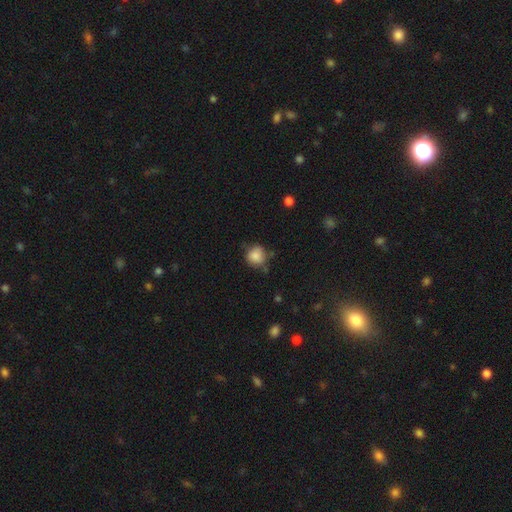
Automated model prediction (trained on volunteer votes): Overall: smooth (85%). How rounded: round (86%). Merging: none (66%).